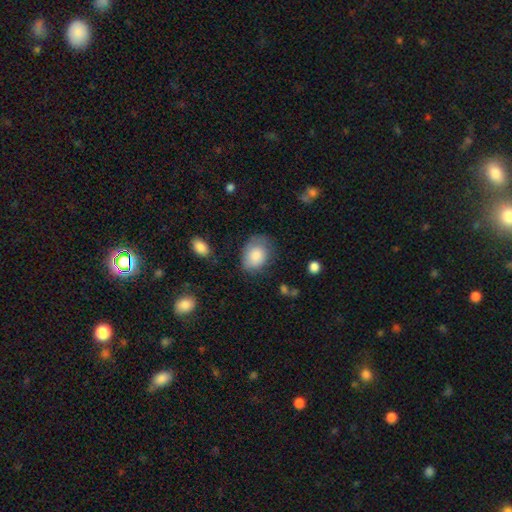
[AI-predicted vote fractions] A smooth galaxy with no disk features (84%) that is in between round and cigar-shaped (69%). Merging: none (63%).